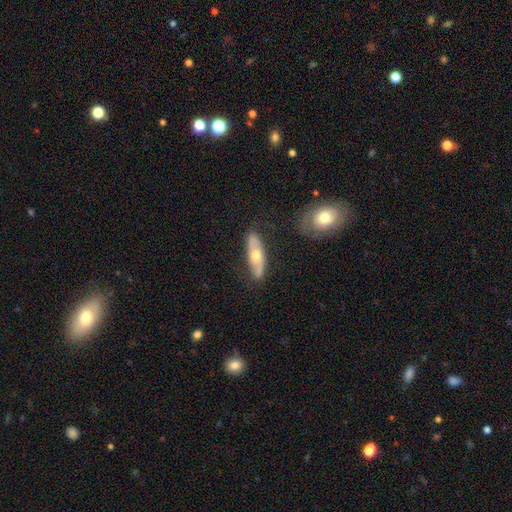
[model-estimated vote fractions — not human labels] smooth-or-featured: featured or disk: 53% | smooth: 42% | star or artifact: 5%
  disk-edge-on: no: 57% | yes: 43%
  merging: none: 77% | minor disturbance: 16% | major disturbance: 4% | merger: 3%